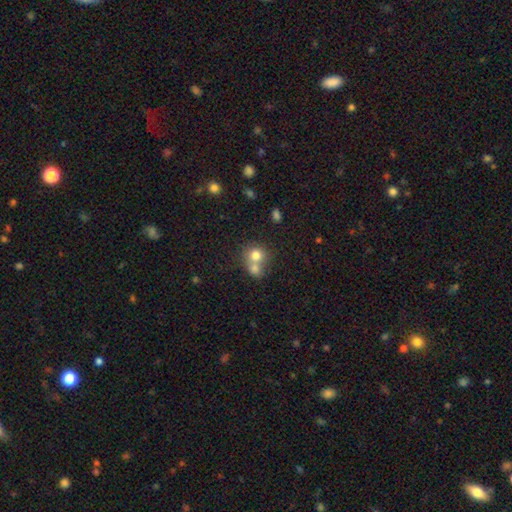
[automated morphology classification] smooth 75%, featured or disk 14%, star or artifact 10%. Down the decision tree: how rounded — round (79%); merging — merger (59%).